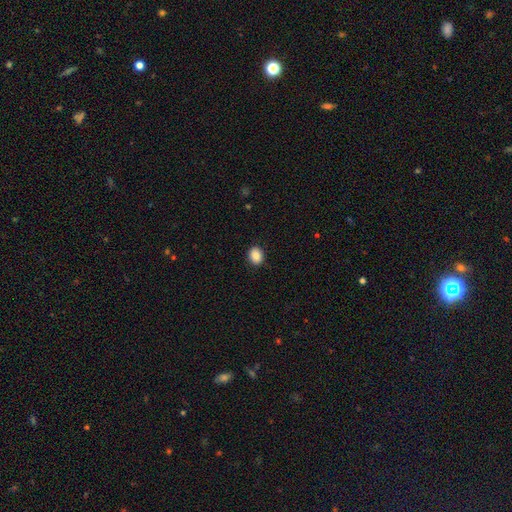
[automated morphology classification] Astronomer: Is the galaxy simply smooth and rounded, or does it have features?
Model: smooth — 85%.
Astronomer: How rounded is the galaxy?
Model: round — 54% (runner-up: in between, 46%).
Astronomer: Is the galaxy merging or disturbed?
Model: none — 90%.